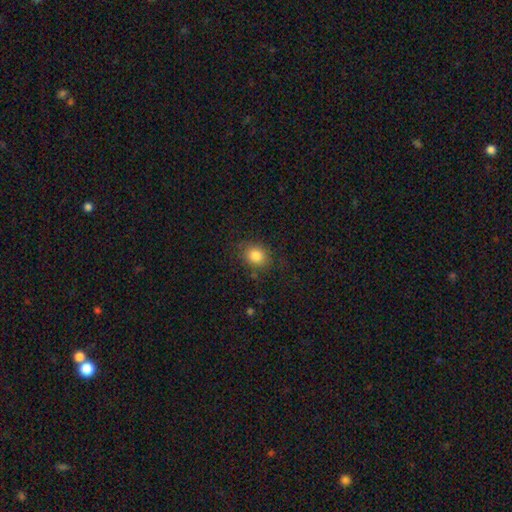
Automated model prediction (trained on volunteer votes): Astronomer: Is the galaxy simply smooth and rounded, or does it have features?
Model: smooth — 83%.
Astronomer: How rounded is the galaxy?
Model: round — 57% (runner-up: in between, 42%).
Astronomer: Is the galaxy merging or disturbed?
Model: none — 80%.